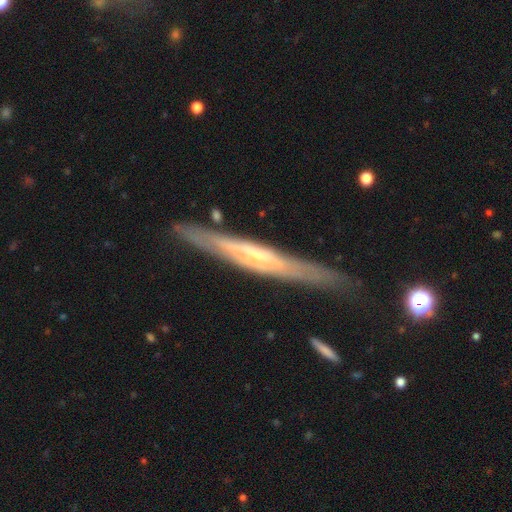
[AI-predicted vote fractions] featured or disk 74%, smooth 20%, star or artifact 6%. Down the decision tree: edge-on disk — yes (89%); edge-on bulge — rounded (45%); merging — none (82%).